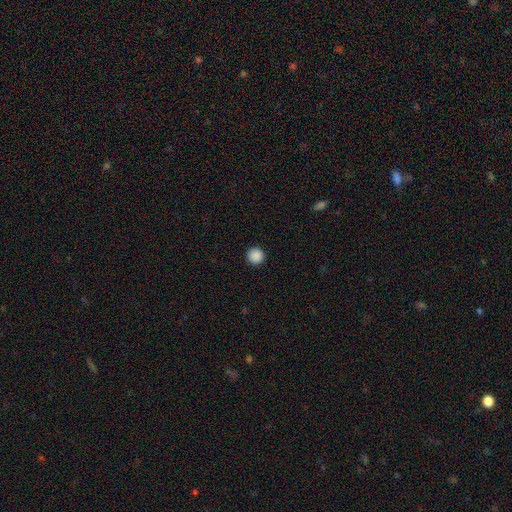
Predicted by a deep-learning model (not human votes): Smooth or featured? Predicted: smooth (p=0.89). How rounded? Predicted: round (p=0.96). Merging? Predicted: none (p=0.93).